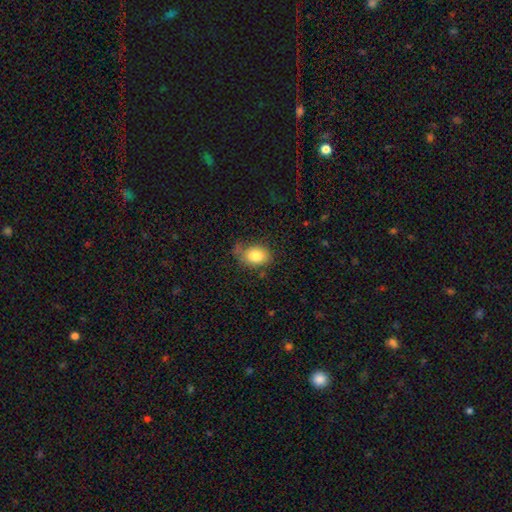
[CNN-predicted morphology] The model was most divided on "merging": none: 60%, minor disturbance: 27%, major disturbance: 9%, merger: 4%. More confident: smooth or featured — smooth (81%); how rounded — in between (68%).